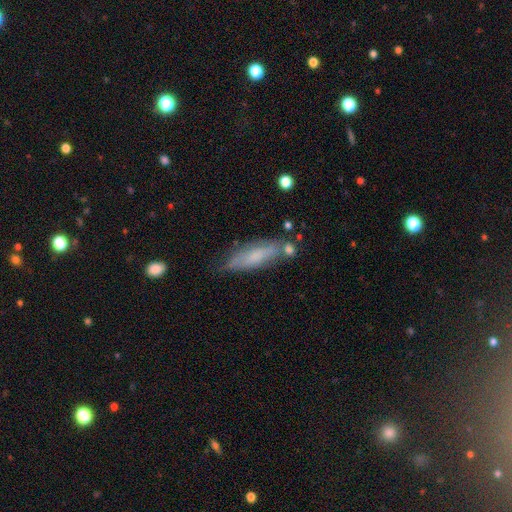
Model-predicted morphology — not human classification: Q: Smooth or featured?
A: smooth (60%); runner-up: featured or disk (32%)
Q: How rounded?
A: cigar-shaped (57%); runner-up: in between (41%)
Q: Merging?
A: none (59%); runner-up: minor disturbance (25%)